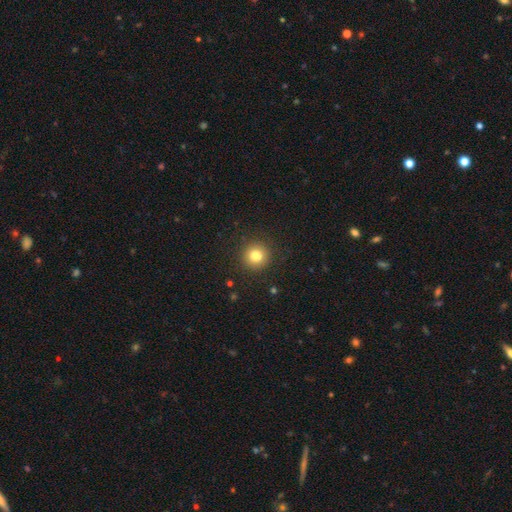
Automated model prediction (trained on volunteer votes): A smooth galaxy with no disk features (81%) that is round (94%). Merging: none (91%).